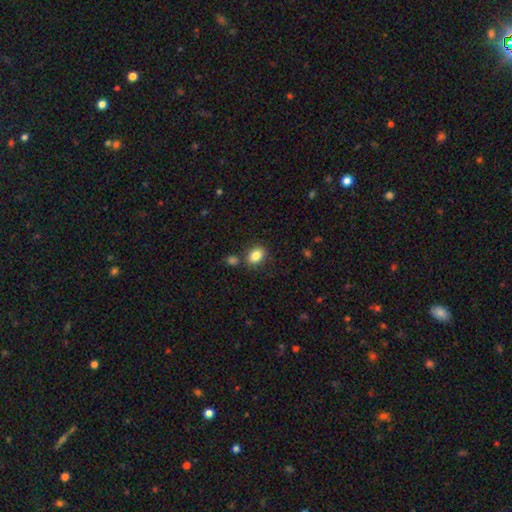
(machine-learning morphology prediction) Smooth or featured? smooth (85%)
How rounded? in between (77%)
Merging? none (77%)